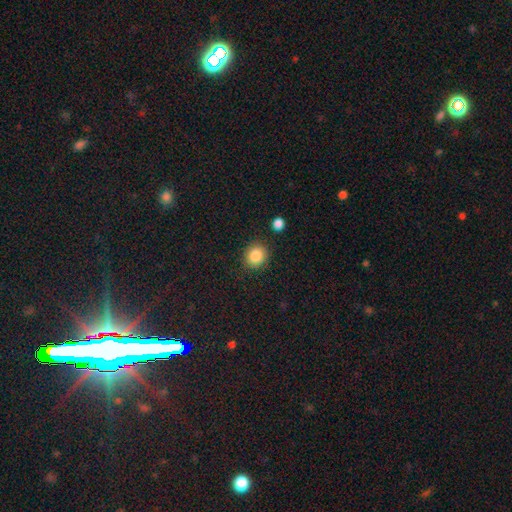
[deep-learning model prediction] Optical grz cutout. It shows a smooth galaxy with no disk features (87%) that is round (82%). Merging: none (87%).